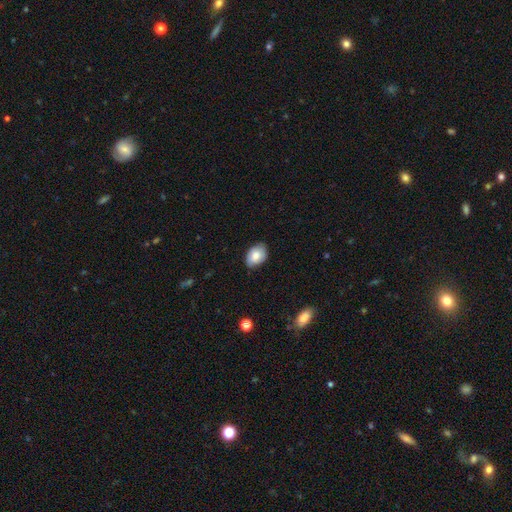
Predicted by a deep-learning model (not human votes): smooth-or-featured: smooth: 79% | featured or disk: 14% | star or artifact: 7%
  how-rounded: in between: 84% | round: 15% | cigar-shaped: 1%
  merging: none: 78% | minor disturbance: 18% | major disturbance: 3% | merger: 1%